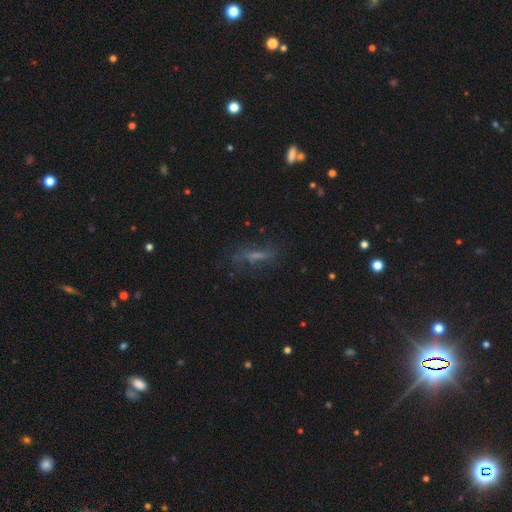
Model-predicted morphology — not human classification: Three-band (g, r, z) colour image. It shows a smooth galaxy with no disk features (46%). Merging: none (67%).